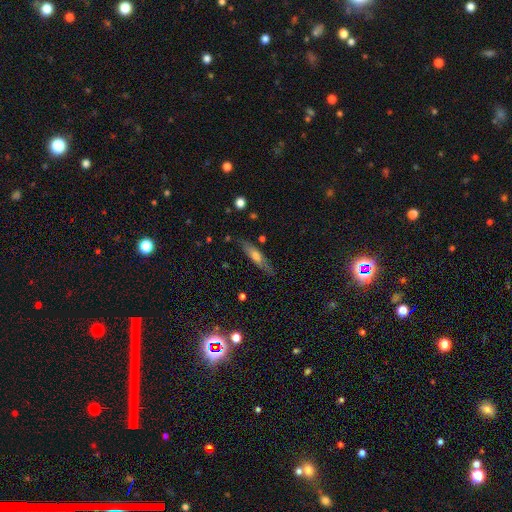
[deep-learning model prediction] Smooth or featured?
  - smooth: 51% *
  - featured or disk: 42%
  - star or artifact: 7%
How rounded?
  - cigar-shaped: 76% *
  - in between: 22%
  - round: 2%
Merging?
  - none: 82% *
  - minor disturbance: 13%
  - major disturbance: 3%
  - merger: 2%